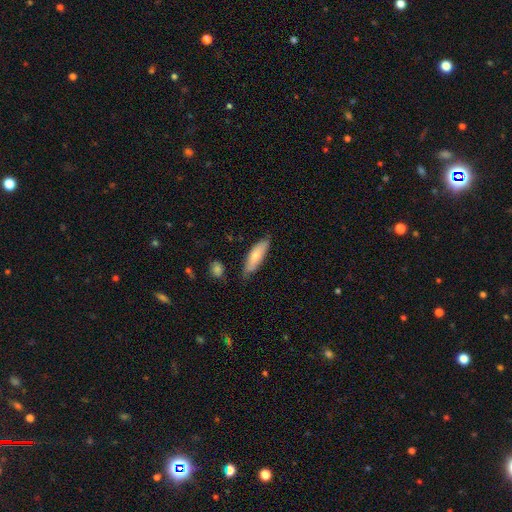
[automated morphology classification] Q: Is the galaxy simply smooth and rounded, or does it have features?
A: smooth — 70%.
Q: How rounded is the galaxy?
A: cigar-shaped — 52%.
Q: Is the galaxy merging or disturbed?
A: none — 73%.